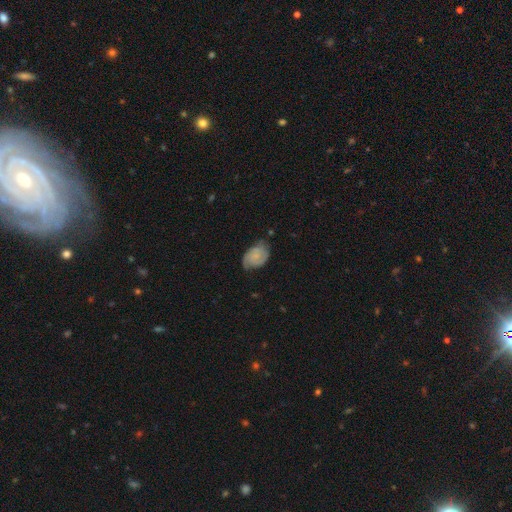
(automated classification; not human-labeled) Smooth or featured? featured or disk (54%)
Edge-on disk? no (97%)
Bar? no (65%)
Spiral arms? yes (88%)
Bulge size? small (53%)
Merging? none (59%)